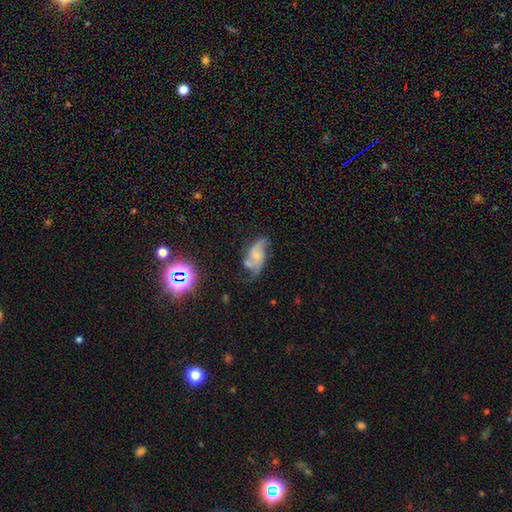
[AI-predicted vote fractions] featured or disk 65%, smooth 24%, star or artifact 11%. Down the decision tree: edge-on disk — no (96%); bar — no (63%); spiral arms — yes (87%); spiral arm count — 2 (73%); spiral winding — loose (53%); bulge size — small (47%); merging — none (42%).